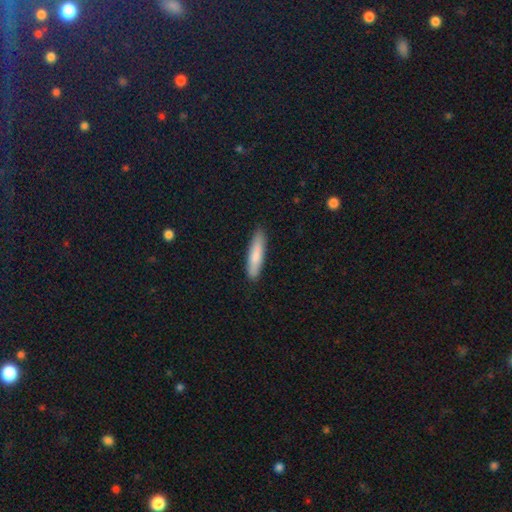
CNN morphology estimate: smooth 80%, featured or disk 14%, star or artifact 5%. Down the decision tree: how rounded — cigar-shaped (81%); merging — none (88%).